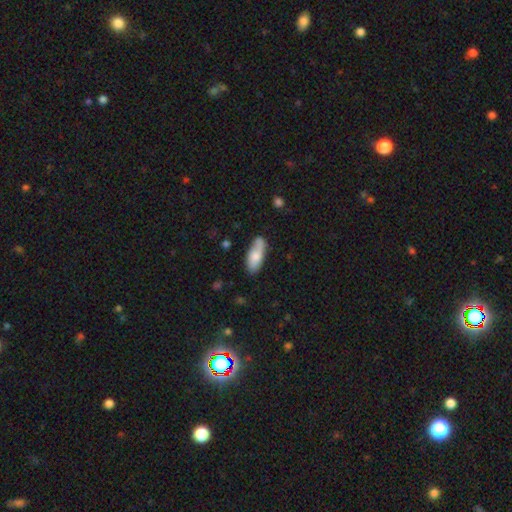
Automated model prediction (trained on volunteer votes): This is likely a smooth galaxy (70%). How rounded: likely in between (75%). Merging: likely none (66%).